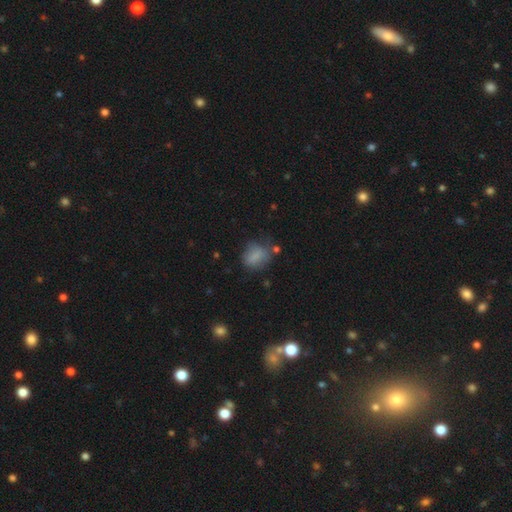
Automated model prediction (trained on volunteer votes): This appears to be a smooth galaxy with no disk features (77%) that is in between round and cigar-shaped (53%). Merging: none (51%).